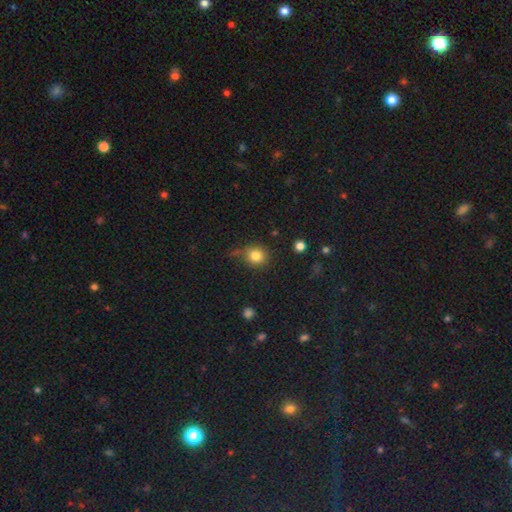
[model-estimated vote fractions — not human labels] smooth-or-featured: smooth: 82% | star or artifact: 12% | featured or disk: 6%
  how-rounded: round: 82% | in between: 17% | cigar-shaped: 1%
  merging: none: 72% | minor disturbance: 18% | major disturbance: 6% | merger: 5%